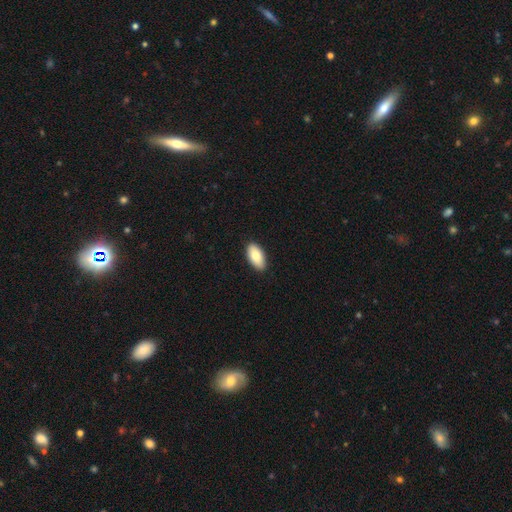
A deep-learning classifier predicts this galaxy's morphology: This appears to be a smooth galaxy with no disk features (83%) that is in between round and cigar-shaped (94%). Merging: none (89%).